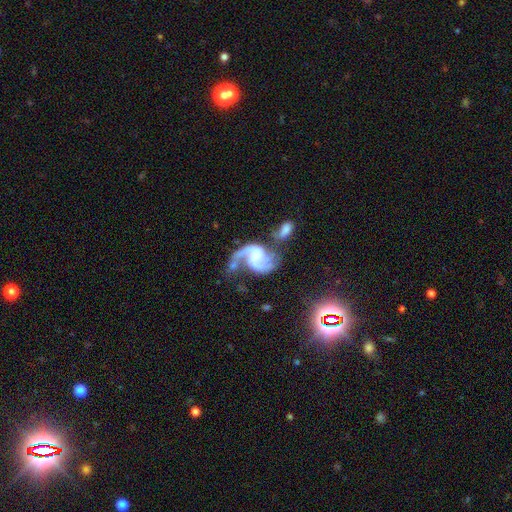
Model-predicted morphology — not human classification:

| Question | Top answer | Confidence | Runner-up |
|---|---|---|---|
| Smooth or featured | featured or disk | 87% | smooth (7%) |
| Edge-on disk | no | 98% | yes (2%) |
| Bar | no | 51% | weak (36%) |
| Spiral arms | yes | 96% | no (4%) |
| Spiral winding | loose | 48% | medium (41%) |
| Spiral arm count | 2 | 80% | 1 (15%) |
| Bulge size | none | 46% | small (24%) |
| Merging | none | 31% | merger (27%) |